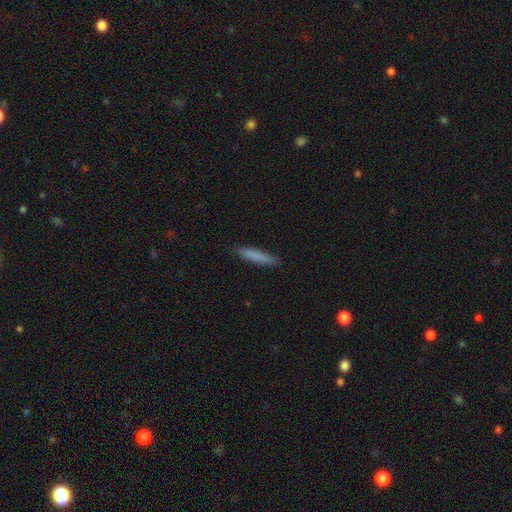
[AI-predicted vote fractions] Overall: smooth (80%). How rounded: cigar-shaped (92%). Merging: none (89%).